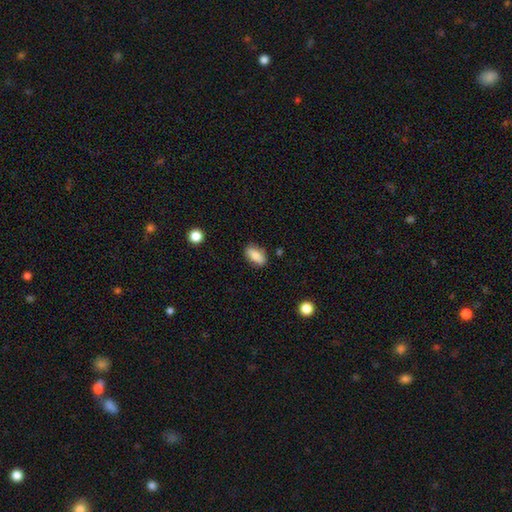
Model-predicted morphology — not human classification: Q: Smooth or featured?
A: smooth (79%); runner-up: featured or disk (13%)
Q: How rounded?
A: in between (86%); runner-up: cigar-shaped (9%)
Q: Merging?
A: none (84%); runner-up: minor disturbance (12%)